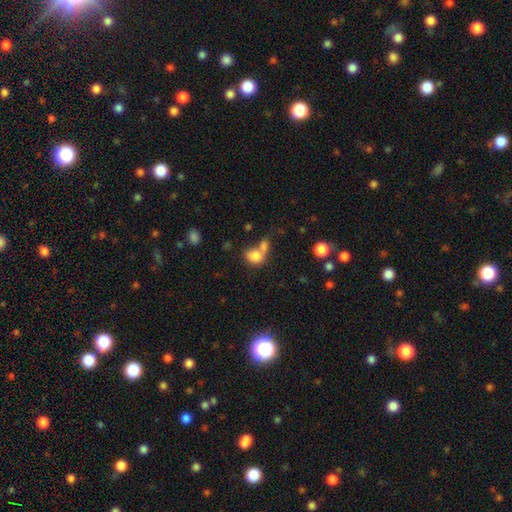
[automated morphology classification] Smooth or featured? Predicted: smooth (p=0.78). How rounded? Predicted: in between (p=0.53). Merging? Predicted: merger (p=0.51).